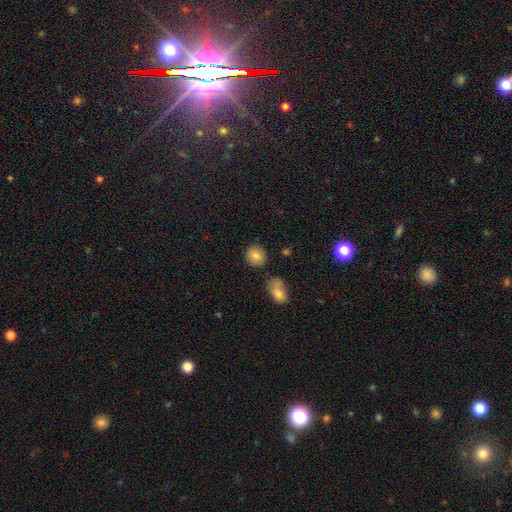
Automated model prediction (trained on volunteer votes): smooth-or-featured: smooth: 83% | star or artifact: 9% | featured or disk: 8%
  how-rounded: round: 75% | in between: 23% | cigar-shaped: 1%
  merging: none: 79% | minor disturbance: 12% | merger: 6% | major disturbance: 3%